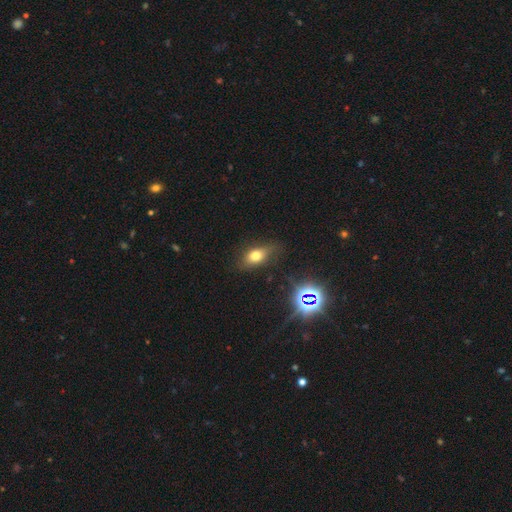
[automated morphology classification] Smooth or featured: smooth — 67% (star or artifact — 18%)
How rounded: in between — 78% (round — 15%)
Merging: none — 73% (minor disturbance — 19%)